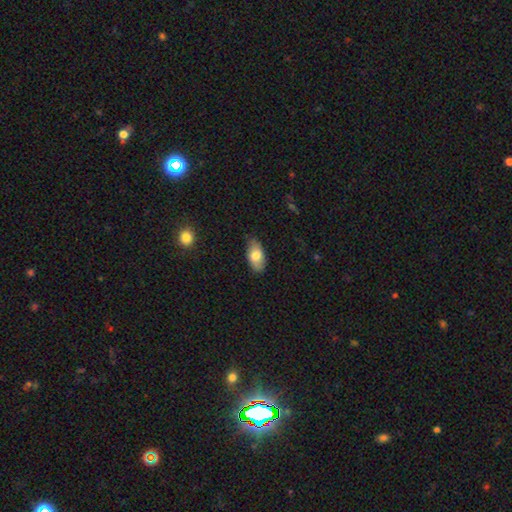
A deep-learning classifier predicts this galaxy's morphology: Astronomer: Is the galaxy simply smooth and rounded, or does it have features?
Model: smooth — 75%.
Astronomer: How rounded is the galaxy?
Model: in between — 92%.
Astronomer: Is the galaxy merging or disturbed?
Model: none — 82%.